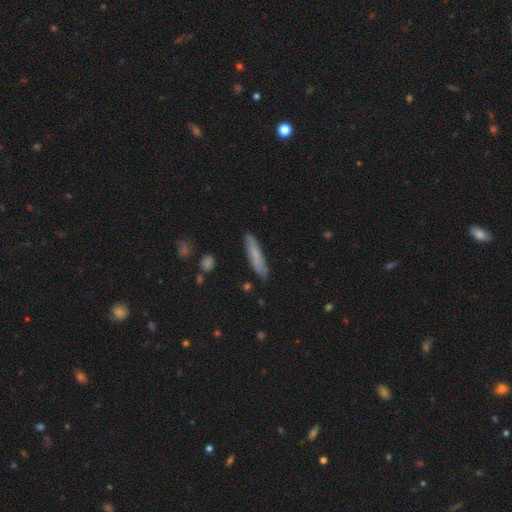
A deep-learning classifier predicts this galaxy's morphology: This is likely a smooth galaxy (69%). How rounded: clearly cigar-shaped (85%). Merging: clearly none (83%).